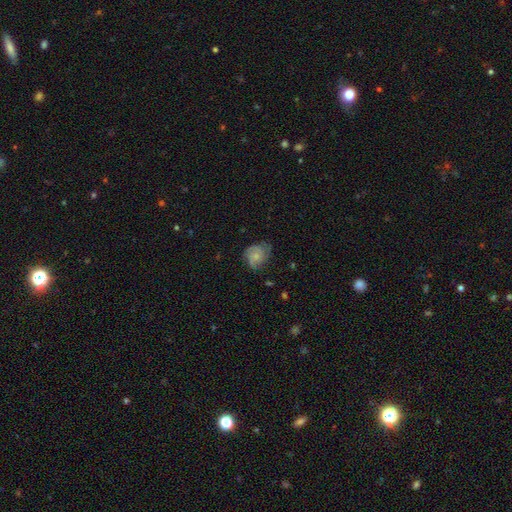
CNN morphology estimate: featured or disk 57%, smooth 34%, star or artifact 9%. Down the decision tree: edge-on disk — no (98%); bar — no (78%); spiral arms — yes (89%); bulge size — small (57%); merging — none (62%).